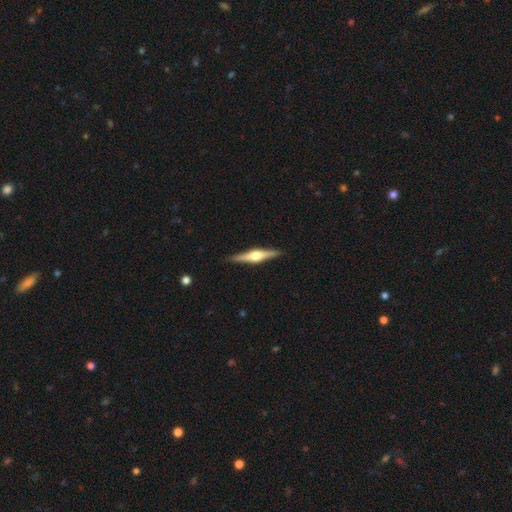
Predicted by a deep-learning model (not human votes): Smooth or featured? featured or disk (77%)
Edge-on disk? yes (98%)
Edge-on bulge? rounded (93%)
Merging? none (91%)